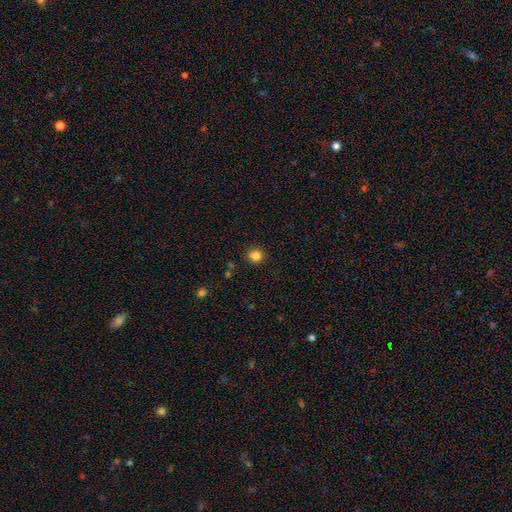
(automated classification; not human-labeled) This is clearly a smooth galaxy (83%). How rounded: clearly round (89%). Merging: clearly none (88%).